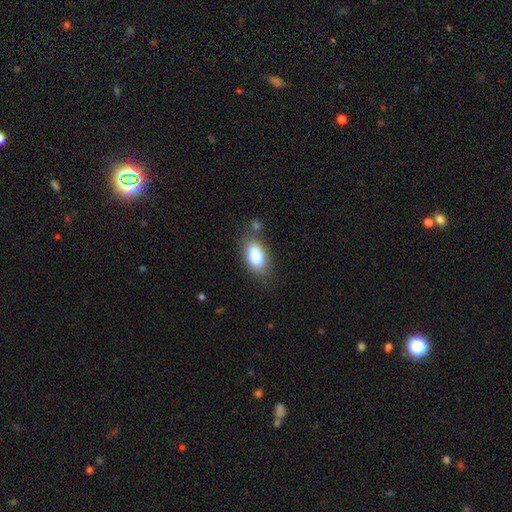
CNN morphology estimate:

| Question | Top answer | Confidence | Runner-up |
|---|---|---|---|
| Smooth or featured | smooth | 86% | featured or disk (7%) |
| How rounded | in between | 91% | round (5%) |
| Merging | none | 71% | minor disturbance (17%) |